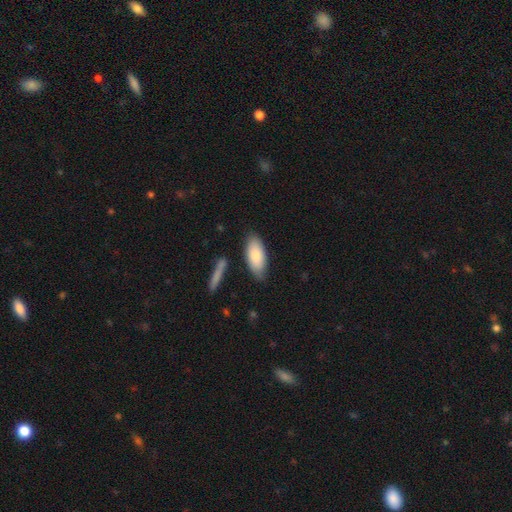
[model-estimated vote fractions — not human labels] Q: Smooth or featured?
A: smooth (80%); runner-up: featured or disk (14%)
Q: How rounded?
A: in between (87%); runner-up: cigar-shaped (11%)
Q: Merging?
A: none (78%); runner-up: minor disturbance (15%)